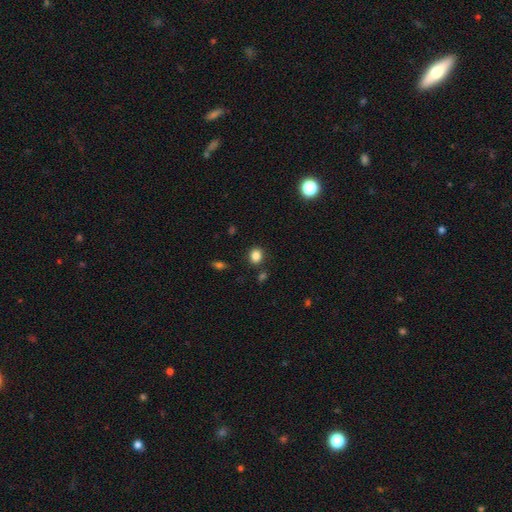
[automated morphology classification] A smooth galaxy with no disk features (84%) that is round (63%).

Vote fractions:
- Smooth or featured? smooth: 84% / star or artifact: 11% / featured or disk: 5%
- How rounded? round: 63% / in between: 36% / cigar-shaped: 1%
- Merging? none: 84% / minor disturbance: 10% / merger: 4% / major disturbance: 3%